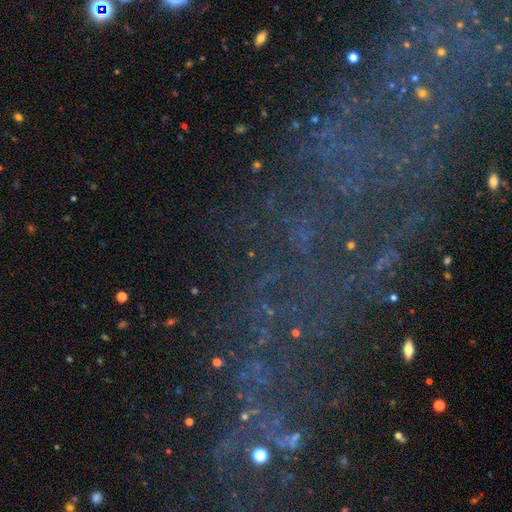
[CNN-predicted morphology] A star or artifact, not a galaxy (63%).

Vote fractions:
- Smooth or featured? star or artifact: 63% / featured or disk: 23% / smooth: 14%